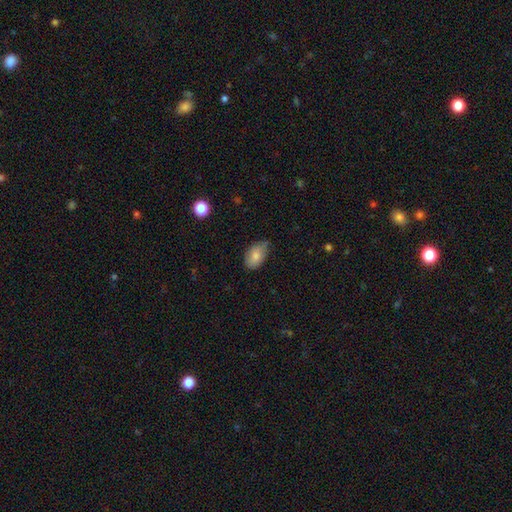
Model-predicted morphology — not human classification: Smooth or featured? Predicted: smooth (p=0.81). How rounded? Predicted: in between (p=0.90). Merging? Predicted: none (p=0.58).